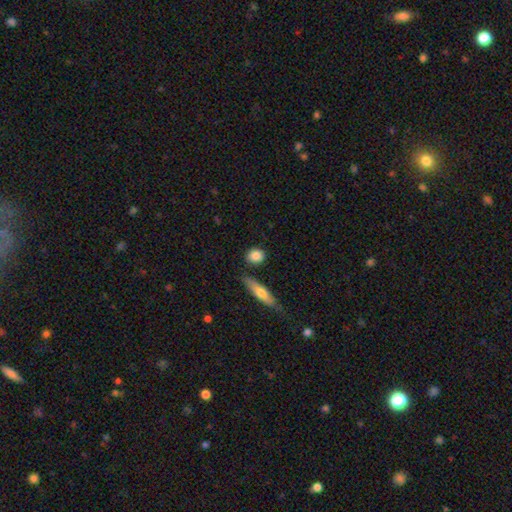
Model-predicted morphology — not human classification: Smooth or featured: smooth — 84% (featured or disk — 9%)
How rounded: round — 57% (in between — 37%)
Merging: none — 80% (minor disturbance — 11%)